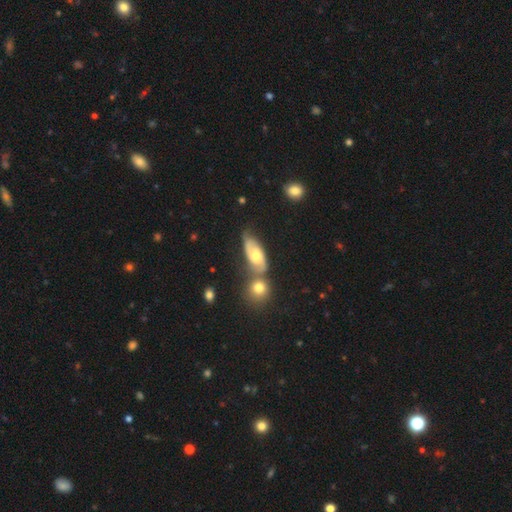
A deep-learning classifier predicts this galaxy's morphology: featured or disk 54%, smooth 37%, star or artifact 9%. Down the decision tree: edge-on disk — no (86%); merging — none (44%).